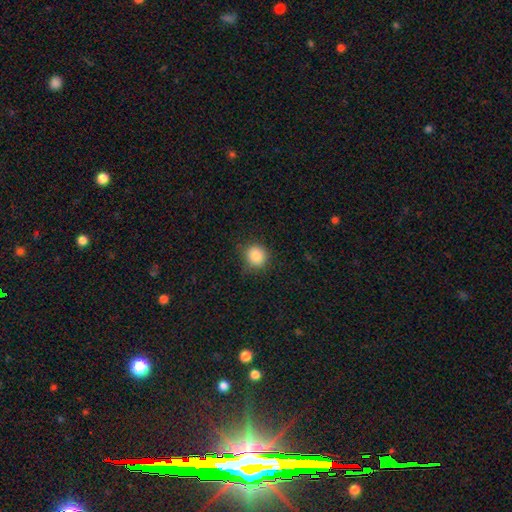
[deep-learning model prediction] Smooth or featured?
  - smooth: 85% *
  - star or artifact: 10%
  - featured or disk: 5%
How rounded?
  - round: 89% *
  - in between: 10%
  - cigar-shaped: 1%
Merging?
  - none: 83% *
  - minor disturbance: 13%
  - major disturbance: 3%
  - merger: 1%